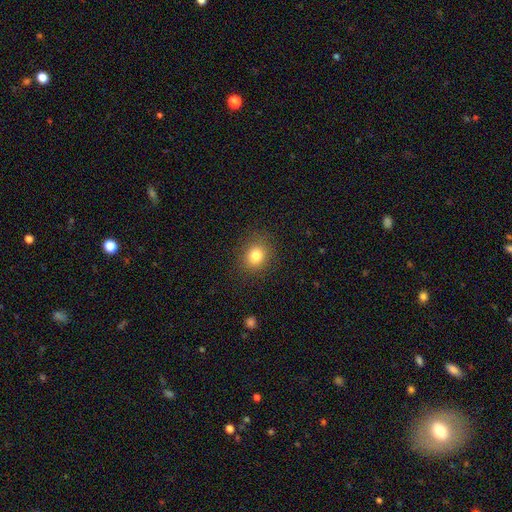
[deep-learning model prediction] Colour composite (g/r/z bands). It shows a smooth galaxy with no disk features (81%) that is round (73%). Merging: none (88%).